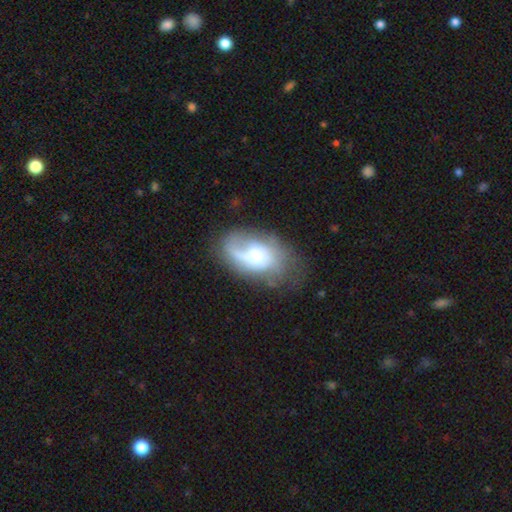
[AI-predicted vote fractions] A featured or disk galaxy (65%) with no bar (66%), 1 (44%) loose (44%) spiral arms (81%) and a moderate central bulge (57%). Merging: none (53%).